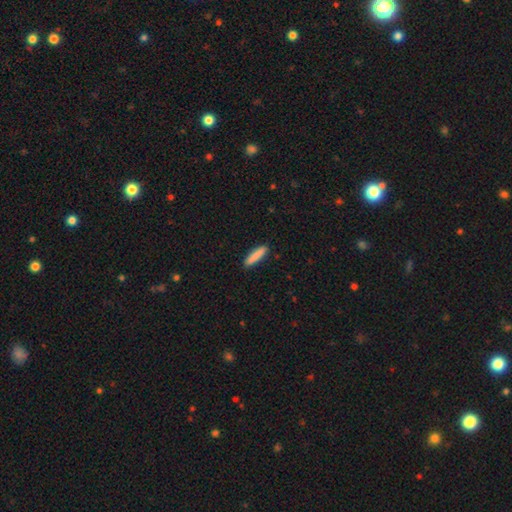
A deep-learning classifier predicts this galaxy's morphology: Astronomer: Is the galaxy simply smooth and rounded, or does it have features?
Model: smooth — 87%.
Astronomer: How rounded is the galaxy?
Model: cigar-shaped — 83%.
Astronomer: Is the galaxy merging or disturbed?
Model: none — 90%.